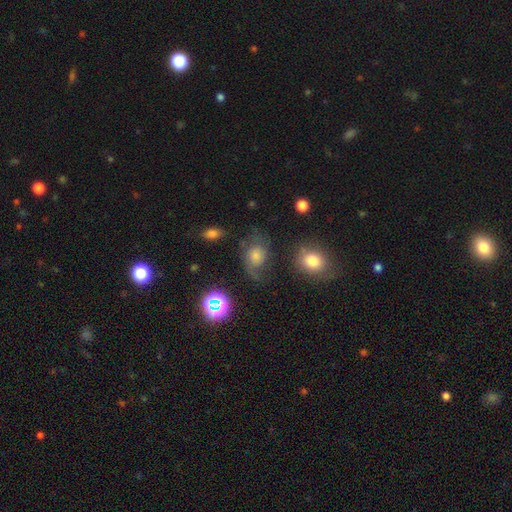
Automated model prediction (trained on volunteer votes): Overall: smooth (41%; featured or disk 39%). Merging: none (47%; minor disturbance 25%).